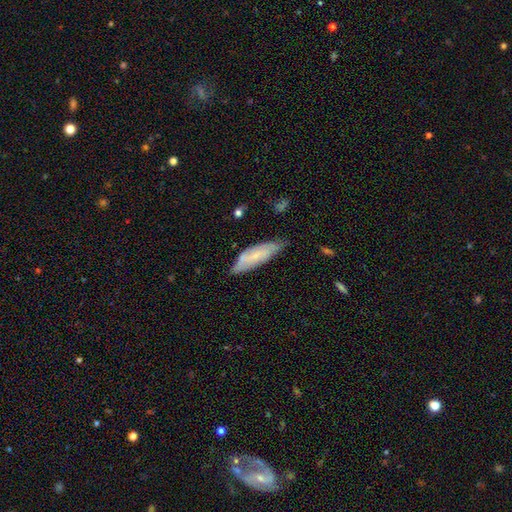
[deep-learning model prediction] The model was most divided on "smooth or featured": smooth: 49%, featured or disk: 44%, star or artifact: 7%. More confident: merging — none (62%).